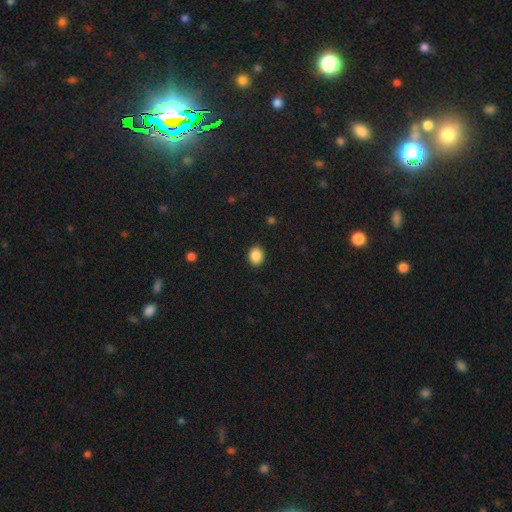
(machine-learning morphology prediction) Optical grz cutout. It shows a smooth galaxy with no disk features (88%) that is round (53%). Merging: none (90%).